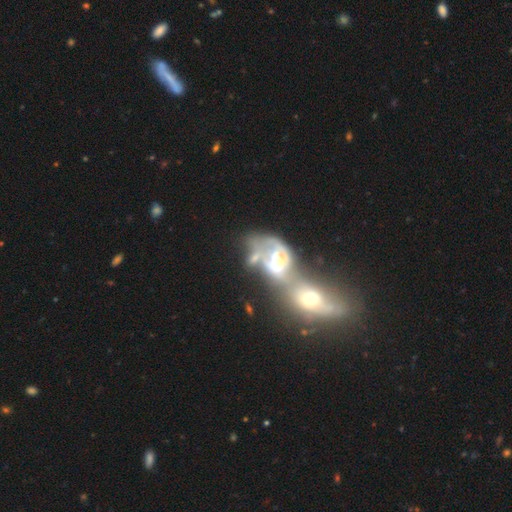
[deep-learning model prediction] This appears to be a featured or disk galaxy (67%) with no bar (53%), spiral arms (55%) and a moderate central bulge (52%). Merging: merger (66%).